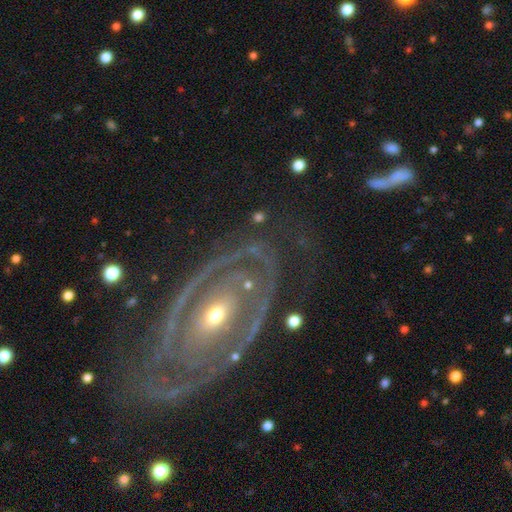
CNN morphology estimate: featured or disk 89%, smooth 6%, star or artifact 5%. Down the decision tree: edge-on disk — no (95%); bar — no (62%); spiral arms — yes (89%); spiral arm count — 2 (52%); spiral winding — tight (71%); bulge size — small (53%); merging — none (72%).